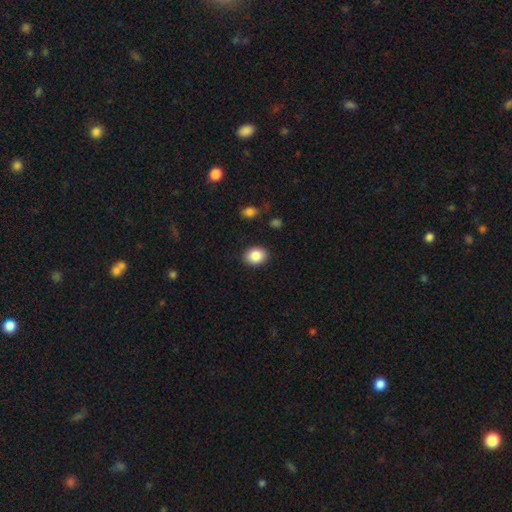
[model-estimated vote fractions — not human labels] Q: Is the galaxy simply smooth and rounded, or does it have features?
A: smooth — 86%.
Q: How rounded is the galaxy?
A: in between — 50%.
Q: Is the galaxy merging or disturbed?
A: none — 89%.